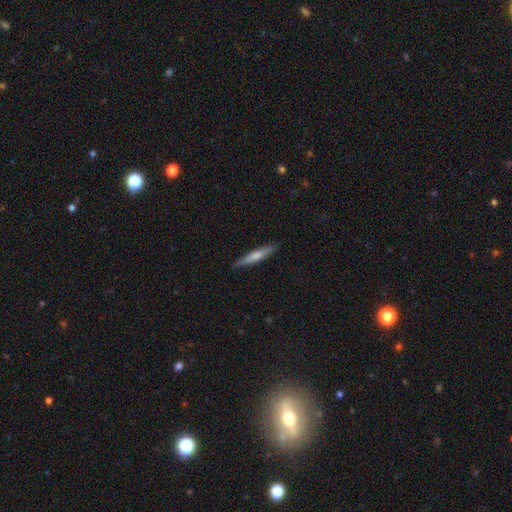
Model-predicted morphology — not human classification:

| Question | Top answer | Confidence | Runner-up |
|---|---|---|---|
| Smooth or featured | smooth | 63% | featured or disk (31%) |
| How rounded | cigar-shaped | 91% | in between (7%) |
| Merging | none | 86% | minor disturbance (11%) |